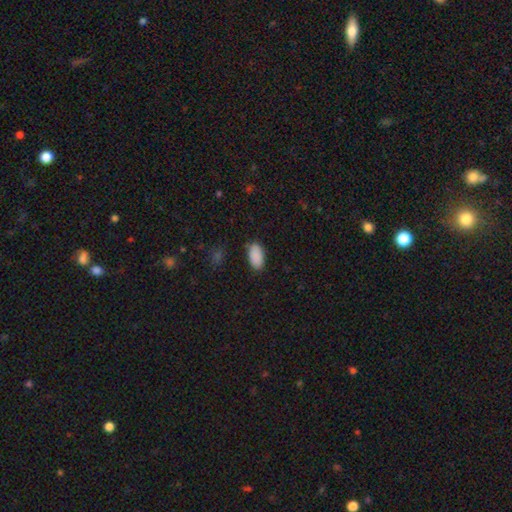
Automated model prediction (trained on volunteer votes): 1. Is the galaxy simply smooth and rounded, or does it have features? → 90% smooth, 7% star or artifact, 3% featured or disk.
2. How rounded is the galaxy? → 94% in between, 3% cigar-shaped, 3% round.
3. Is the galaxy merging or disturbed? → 85% none, 11% minor disturbance, 3% major disturbance, 1% merger.